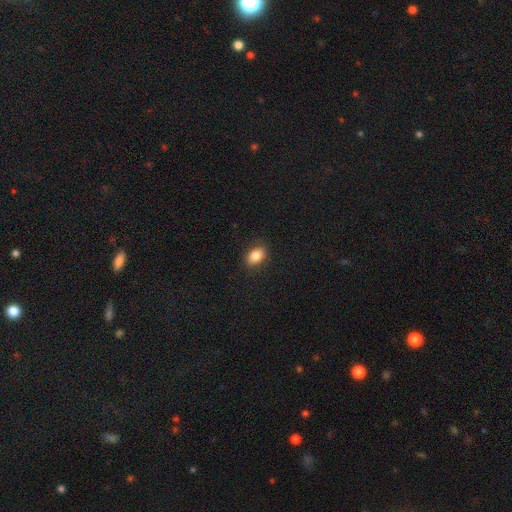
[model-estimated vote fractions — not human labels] Overall: smooth (86%). How rounded: in between (83%). Merging: none (87%).